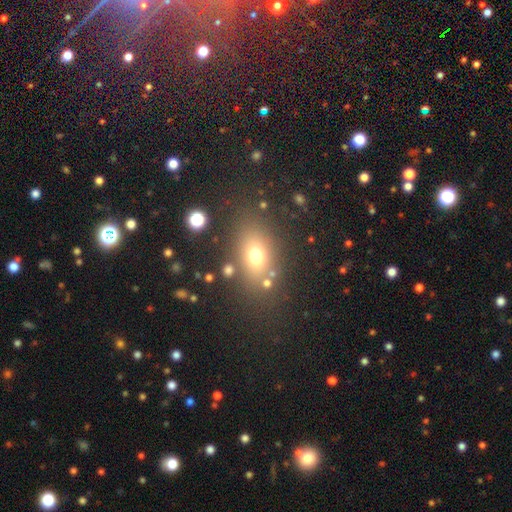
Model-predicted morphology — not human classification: Smooth or featured?
  - smooth: 69% *
  - star or artifact: 16%
  - featured or disk: 15%
How rounded?
  - in between: 70% *
  - round: 26%
  - cigar-shaped: 4%
Merging?
  - none: 76% *
  - minor disturbance: 12%
  - major disturbance: 7%
  - merger: 6%